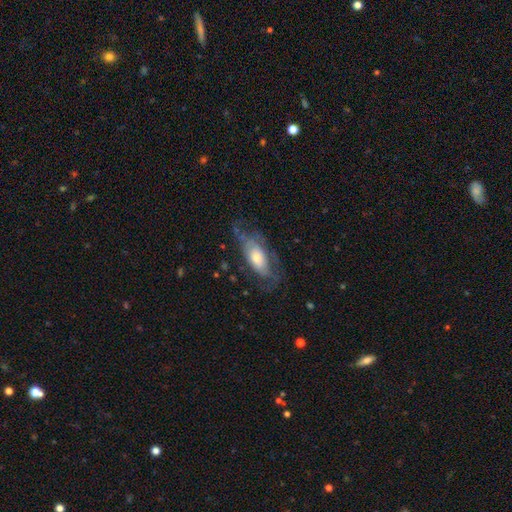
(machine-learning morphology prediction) Smooth or featured? featured or disk (60%)
Edge-on disk? no (80%)
Merging? none (61%)